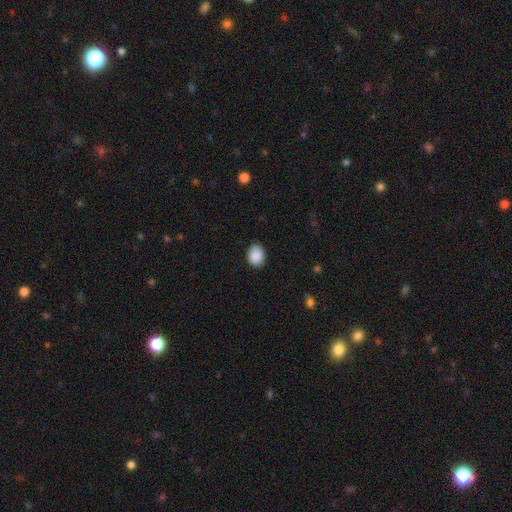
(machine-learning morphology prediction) Overall: smooth (90%). How rounded: in between (63%; round 36%). Merging: none (84%).